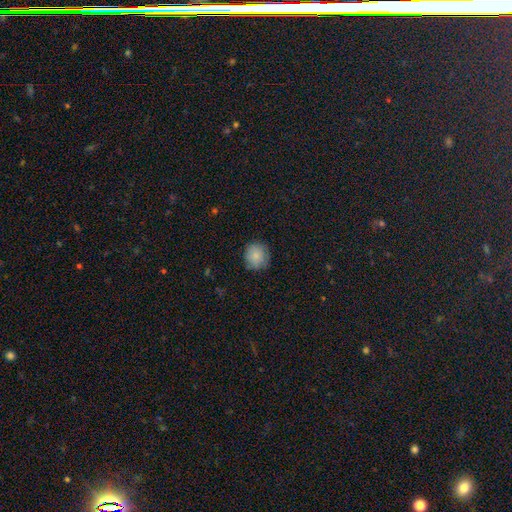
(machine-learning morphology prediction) smooth 83%, star or artifact 9%, featured or disk 8%. Down the decision tree: how rounded — round (88%); merging — none (83%).